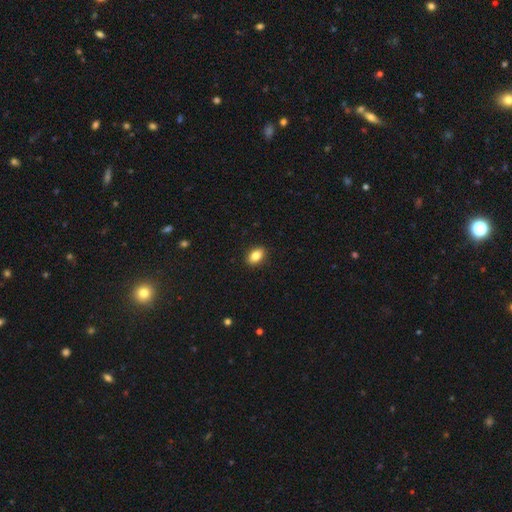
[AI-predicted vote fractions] A smooth galaxy with no disk features (84%) that is in between round and cigar-shaped (82%).

Vote fractions:
- Smooth or featured? smooth: 84% / star or artifact: 8% / featured or disk: 7%
- How rounded? in between: 82% / round: 16% / cigar-shaped: 2%
- Merging? none: 90% / minor disturbance: 7% / major disturbance: 2% / merger: 1%